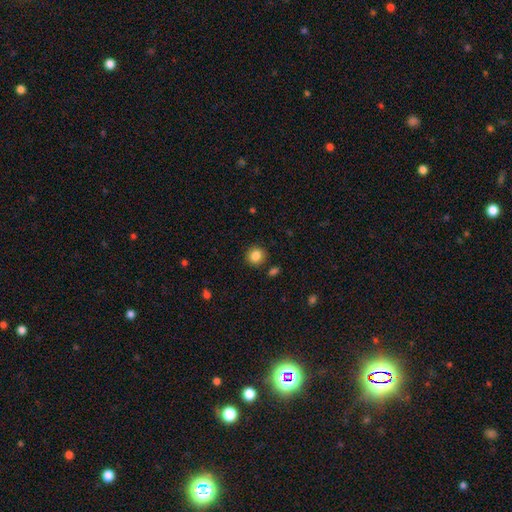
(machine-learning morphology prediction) The model was most divided on "smooth or featured": smooth: 85%, star or artifact: 10%, featured or disk: 5%. More confident: how rounded — round (90%); merging — none (88%).